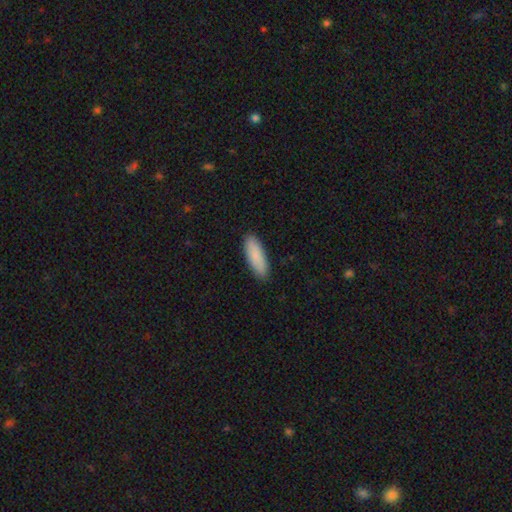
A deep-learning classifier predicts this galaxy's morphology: smooth-or-featured: smooth: 89% | featured or disk: 6% | star or artifact: 5%
  how-rounded: in between: 55% | cigar-shaped: 44% | round: 2%
  merging: none: 89% | minor disturbance: 8% | major disturbance: 2% | merger: 1%